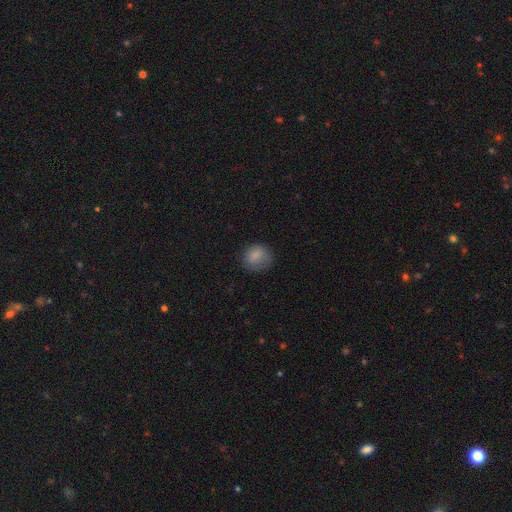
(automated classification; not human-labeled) Overall: smooth (84%). How rounded: round (73%). Merging: none (70%).